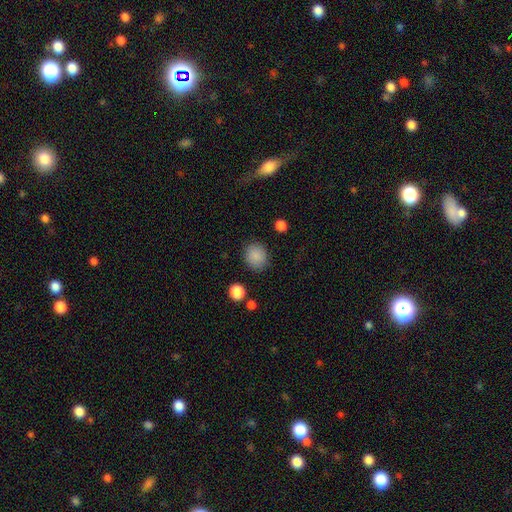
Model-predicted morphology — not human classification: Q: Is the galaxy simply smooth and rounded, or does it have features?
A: smooth — 87%.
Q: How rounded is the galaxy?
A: round — 77%.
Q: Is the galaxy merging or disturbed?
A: none — 87%.